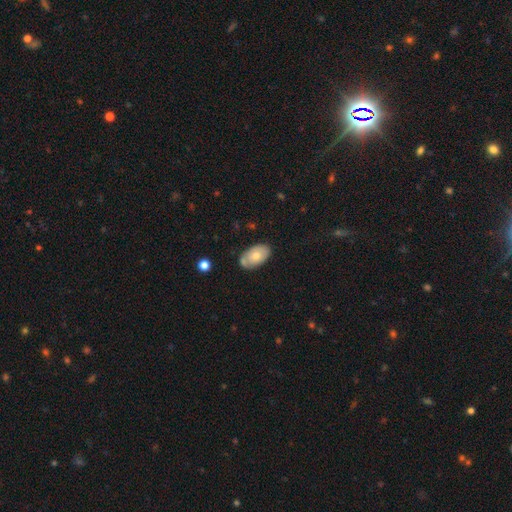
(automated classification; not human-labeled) Q: Smooth or featured?
A: smooth (68%); runner-up: featured or disk (26%)
Q: How rounded?
A: in between (93%); runner-up: round (5%)
Q: Merging?
A: none (69%); runner-up: minor disturbance (20%)